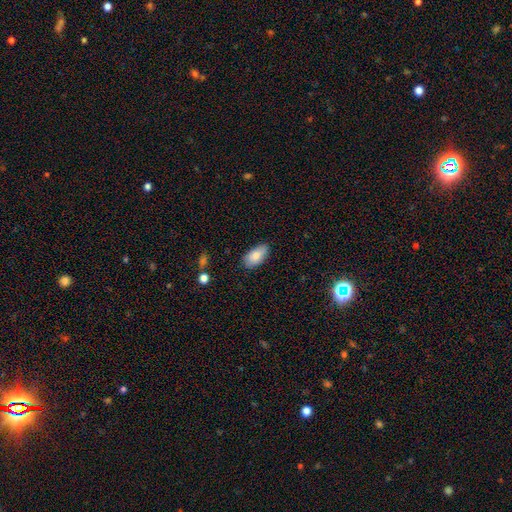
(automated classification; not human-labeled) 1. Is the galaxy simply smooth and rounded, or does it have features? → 82% smooth, 11% featured or disk, 7% star or artifact.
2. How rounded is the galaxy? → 94% in between, 3% round, 3% cigar-shaped.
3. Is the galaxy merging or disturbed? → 83% none, 13% minor disturbance, 2% major disturbance, 1% merger.